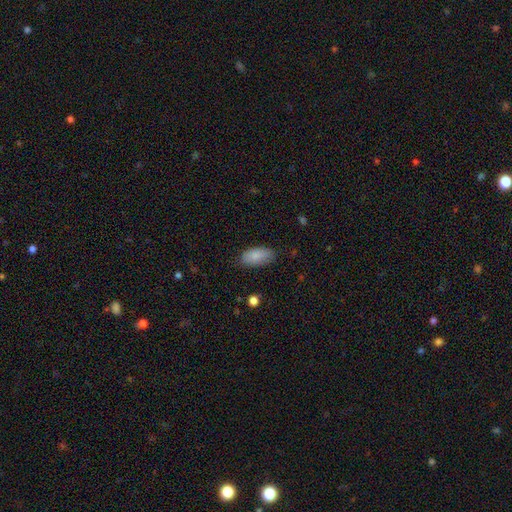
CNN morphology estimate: Smooth or featured?
  - smooth: 86% *
  - featured or disk: 7%
  - star or artifact: 7%
How rounded?
  - in between: 93% *
  - cigar-shaped: 5%
  - round: 2%
Merging?
  - none: 81% *
  - minor disturbance: 15%
  - major disturbance: 3%
  - merger: 1%